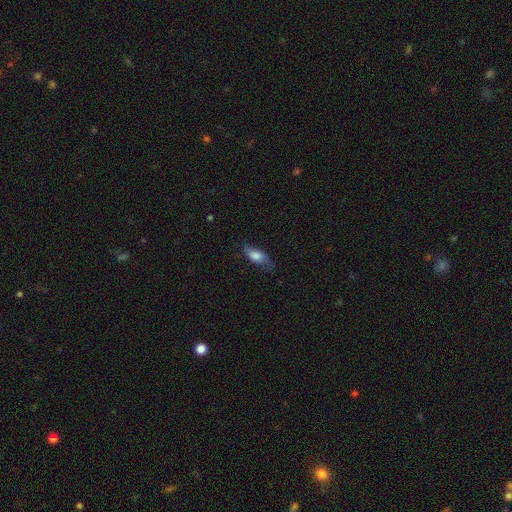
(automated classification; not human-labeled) Smooth or featured: smooth — 63% (featured or disk — 29%)
How rounded: in between — 78% (cigar-shaped — 17%)
Merging: none — 61% (minor disturbance — 27%)